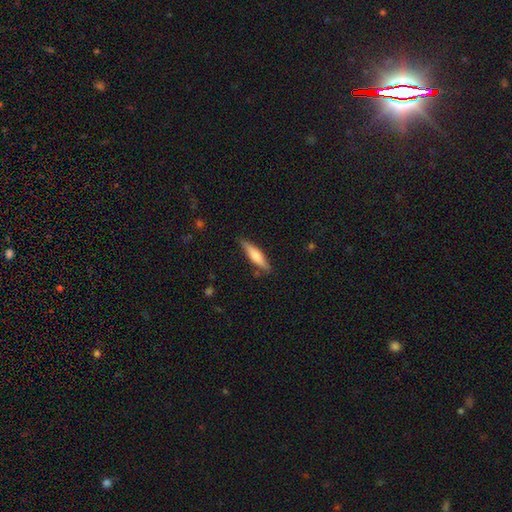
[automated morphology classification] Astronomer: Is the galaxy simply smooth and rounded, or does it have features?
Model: smooth — 62%.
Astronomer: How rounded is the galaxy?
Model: cigar-shaped — 79%.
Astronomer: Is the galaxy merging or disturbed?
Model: none — 84%.